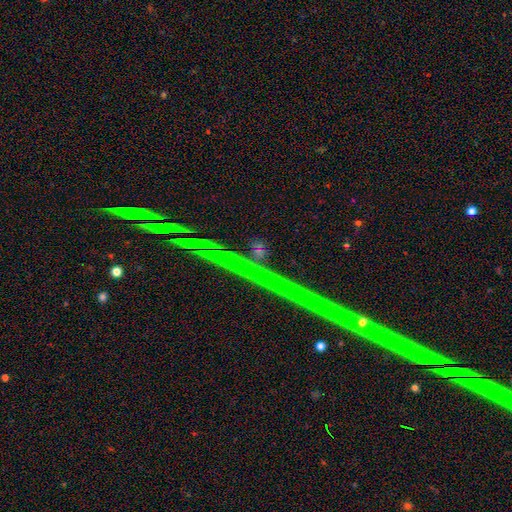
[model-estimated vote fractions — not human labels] This appears to be a star or artifact, not a galaxy (85%).